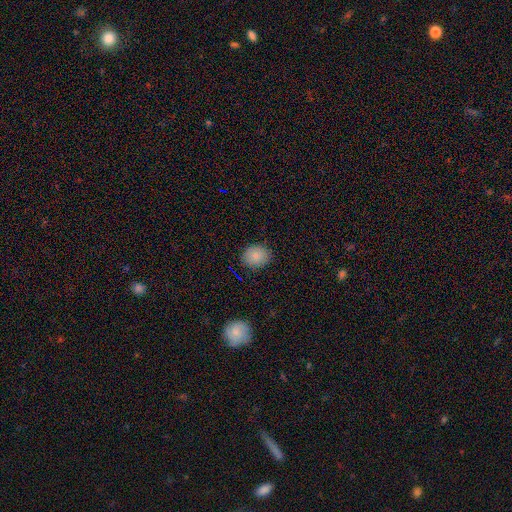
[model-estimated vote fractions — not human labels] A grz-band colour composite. It shows a smooth galaxy with no disk features (86%) that is round (60%). Merging: none (85%).